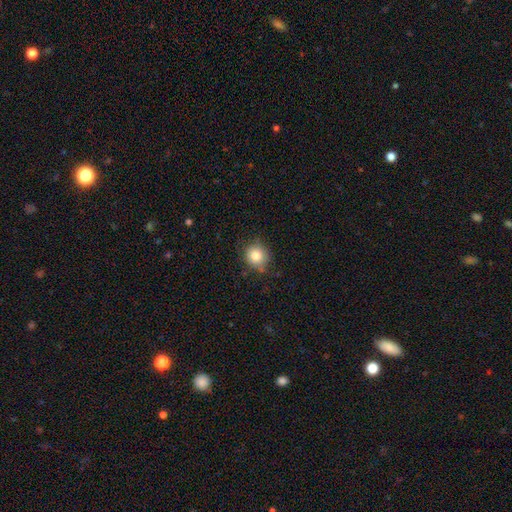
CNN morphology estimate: The model was most divided on "merging": none: 80%, minor disturbance: 15%, major disturbance: 3%, merger: 2%. More confident: how rounded — round (88%); smooth or featured — smooth (81%).